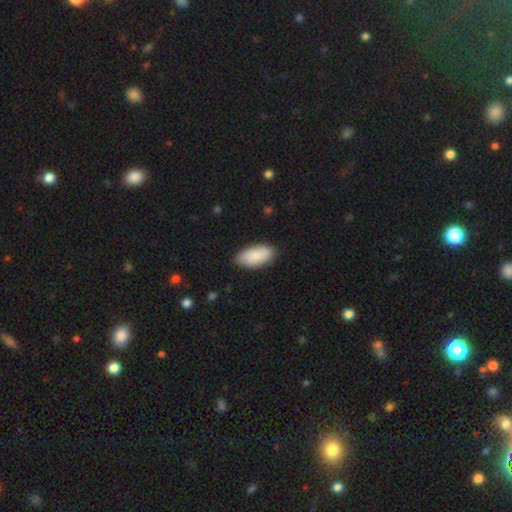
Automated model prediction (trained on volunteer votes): A smooth galaxy with no disk features (85%) that is in between round and cigar-shaped (93%).

Vote fractions:
- Smooth or featured? smooth: 85% / featured or disk: 9% / star or artifact: 5%
- How rounded? in between: 93% / cigar-shaped: 5% / round: 2%
- Merging? none: 80% / minor disturbance: 16% / major disturbance: 3% / merger: 1%